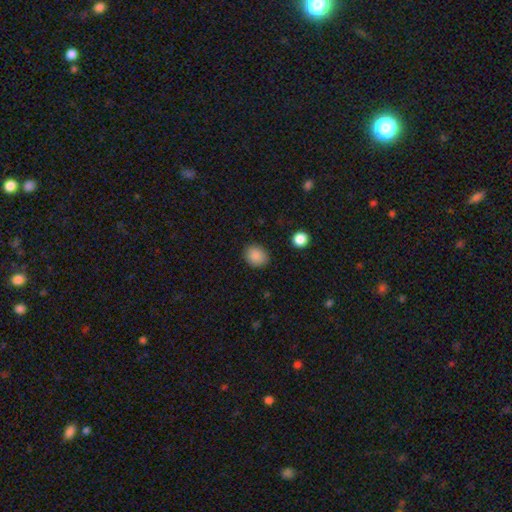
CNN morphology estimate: Overall: smooth (87%). How rounded: round (70%). Merging: none (88%).